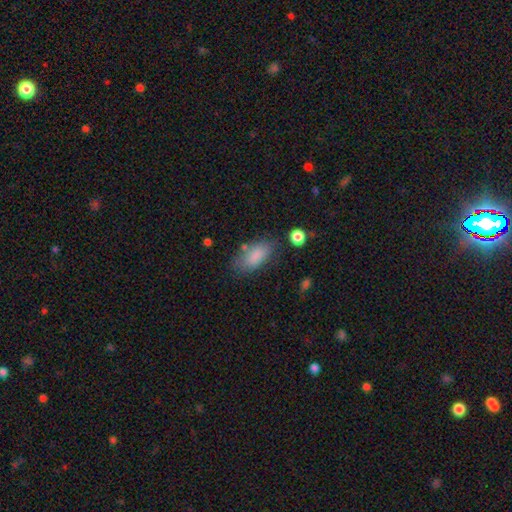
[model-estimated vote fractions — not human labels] Morphology: type=smooth (85%); roundness=in between (90%); merging=none (68%).